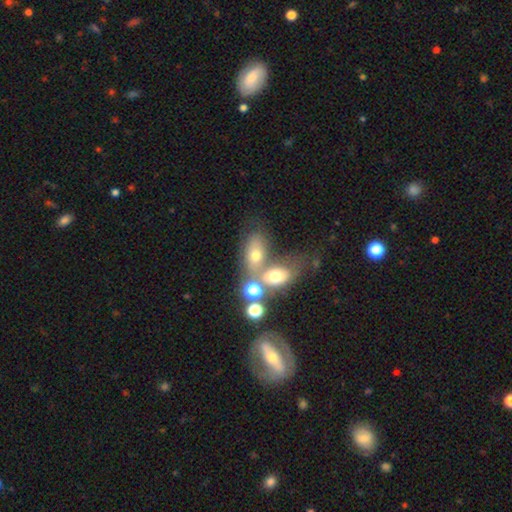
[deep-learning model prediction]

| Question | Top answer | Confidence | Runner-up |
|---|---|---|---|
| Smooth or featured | smooth | 59% | featured or disk (26%) |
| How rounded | in between | 78% | round (18%) |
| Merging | merger | 52% | none (27%) |